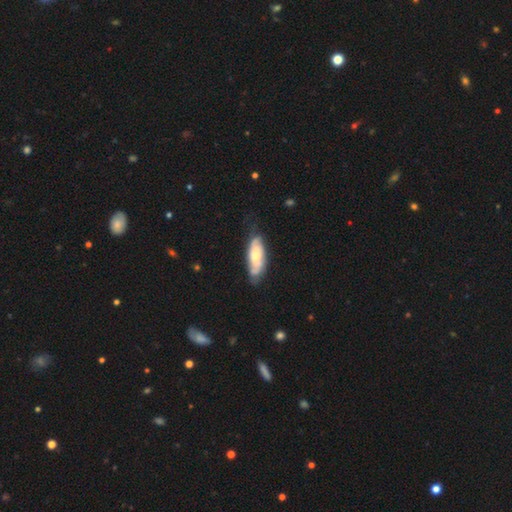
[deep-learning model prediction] Smooth or featured? featured or disk (51%)
Edge-on disk? no (80%)
Merging? none (65%)